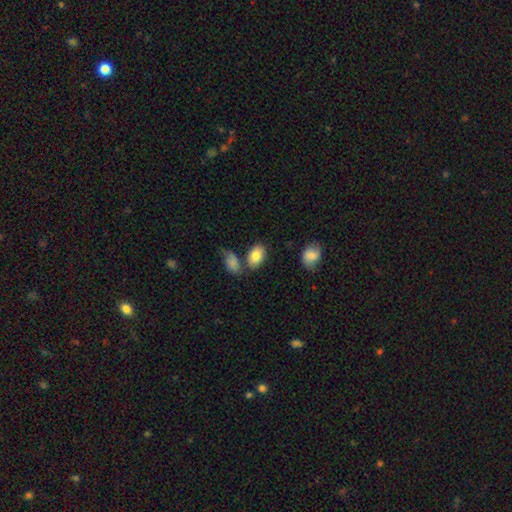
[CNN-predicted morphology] This appears to be a smooth galaxy with no disk features (82%) that is in between round and cigar-shaped (87%). Merging: none (67%).